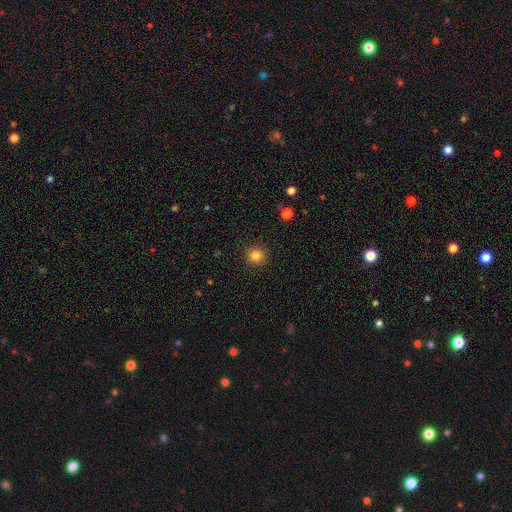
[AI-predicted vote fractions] This is clearly a smooth galaxy (82%). How rounded: clearly round (93%). Merging: clearly none (92%).